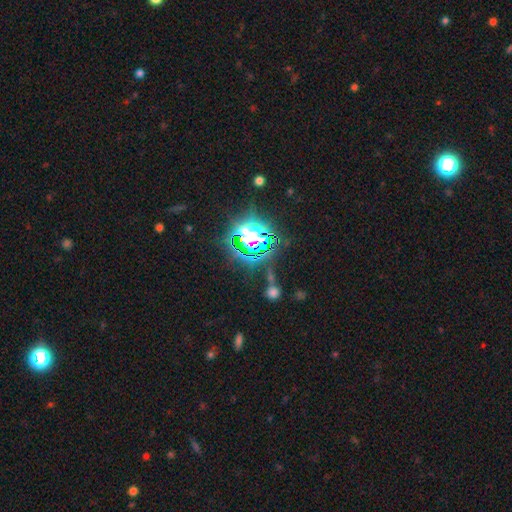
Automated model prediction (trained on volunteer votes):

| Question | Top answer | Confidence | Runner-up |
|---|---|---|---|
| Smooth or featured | star or artifact | 82% | smooth (11%) |